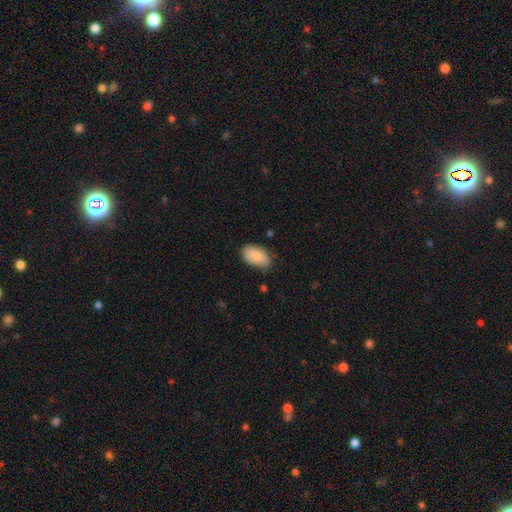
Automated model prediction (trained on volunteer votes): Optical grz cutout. It shows a smooth galaxy with no disk features (89%) that is in between round and cigar-shaped (94%). Merging: none (73%).